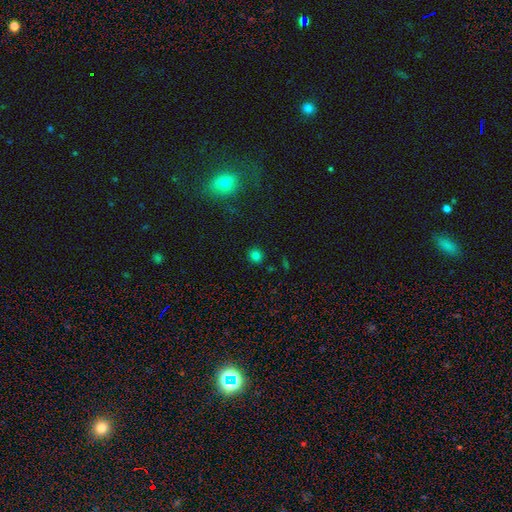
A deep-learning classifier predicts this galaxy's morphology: type=smooth (79%); roundness=round (91%); merging=none (89%).